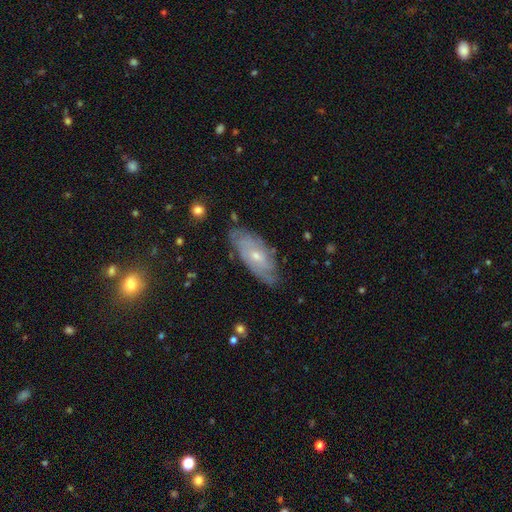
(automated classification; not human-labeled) smooth-or-featured: featured or disk: 73% | smooth: 21% | star or artifact: 7%
  disk-edge-on: no: 88% | yes: 12%
    bar: no: 71% | weak: 25% | strong: 4%
    has-spiral-arms: yes: 90% | no: 10%
      spiral-winding: tight: 64% | medium: 28% | loose: 8%
      spiral-arm-count: can't tell: 53% | 2: 20% | 3: 11% | 4: 8% | 1: 4% | more than 4: 4%
    bulge-size: small: 62% | moderate: 34% | none: 2% | large: 1% | dominant: 1%
  merging: none: 76% | minor disturbance: 19% | major disturbance: 4% | merger: 1%